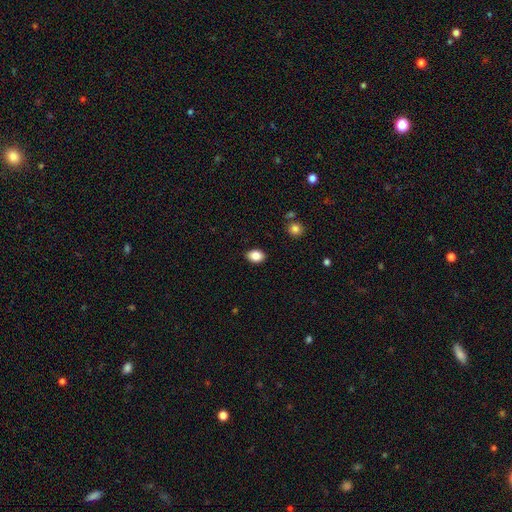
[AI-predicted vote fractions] smooth-or-featured: smooth: 86% | star or artifact: 8% | featured or disk: 5%
  how-rounded: in between: 75% | round: 23% | cigar-shaped: 1%
  merging: none: 89% | minor disturbance: 8% | major disturbance: 2% | merger: 1%